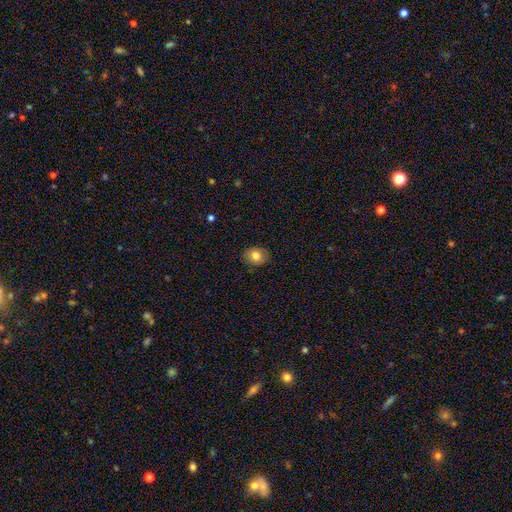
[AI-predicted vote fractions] Overall: smooth (79%). How rounded: round (52%; in between 47%). Merging: none (86%).